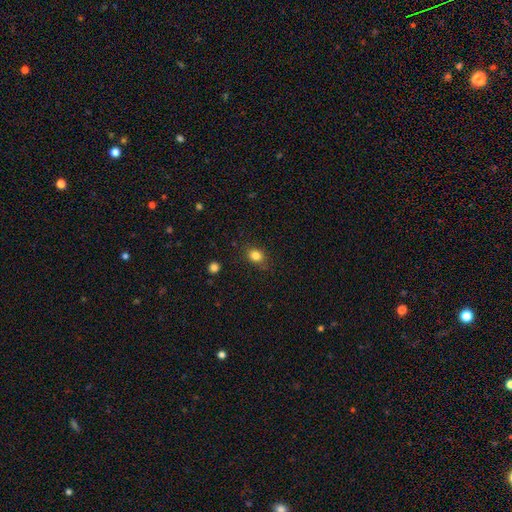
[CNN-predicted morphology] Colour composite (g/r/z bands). It shows a smooth galaxy with no disk features (83%) that is in between round and cigar-shaped (52%). Merging: none (80%).